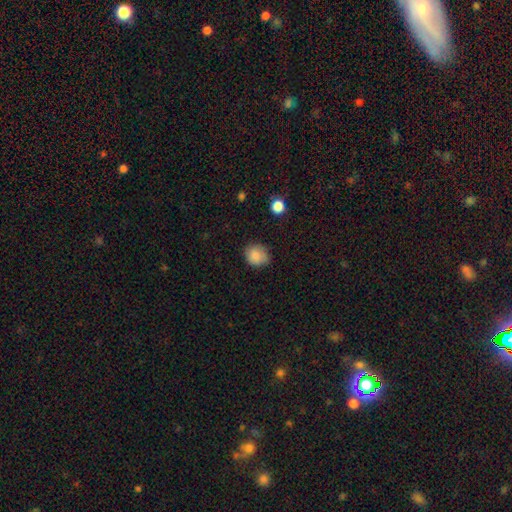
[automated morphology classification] Smooth or featured? smooth (85%)
How rounded? round (71%)
Merging? none (70%)